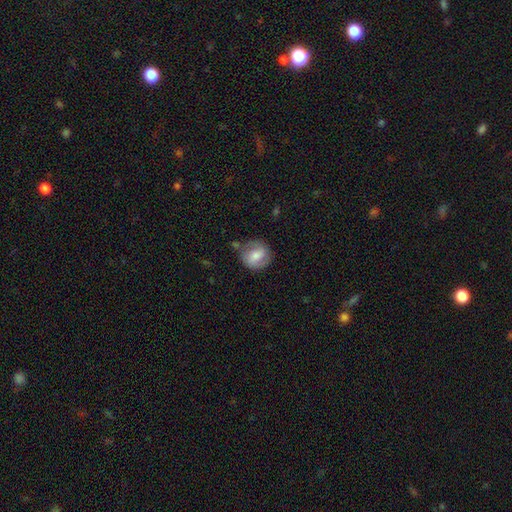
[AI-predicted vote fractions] Smooth or featured?
  - smooth: 53% *
  - featured or disk: 40%
  - star or artifact: 7%
How rounded?
  - round: 79% *
  - in between: 19%
  - cigar-shaped: 1%
Merging?
  - none: 68% *
  - minor disturbance: 20%
  - major disturbance: 7%
  - merger: 5%